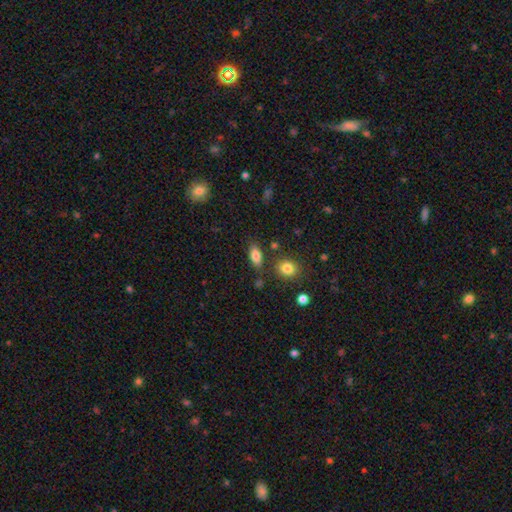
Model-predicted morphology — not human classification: smooth_or_featured: smooth (p=0.81) [alt: featured or disk p=0.11]
how_rounded: in between (p=0.83) [alt: cigar-shaped p=0.12]
merging: none (p=0.78) [alt: minor disturbance p=0.12]